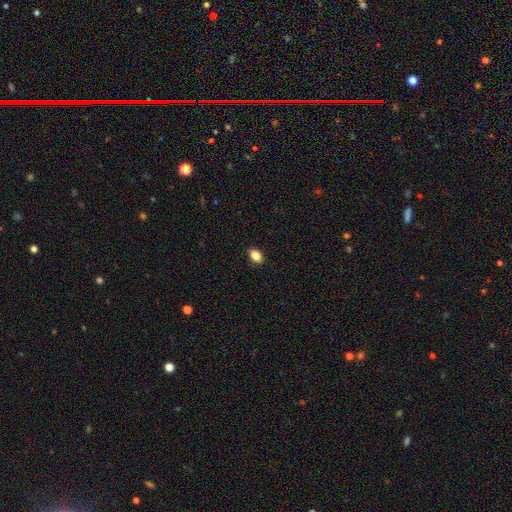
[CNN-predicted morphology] Smooth or featured?
  - smooth: 86% *
  - star or artifact: 9%
  - featured or disk: 5%
How rounded?
  - in between: 86% *
  - round: 12%
  - cigar-shaped: 2%
Merging?
  - none: 89% *
  - minor disturbance: 8%
  - major disturbance: 2%
  - merger: 1%